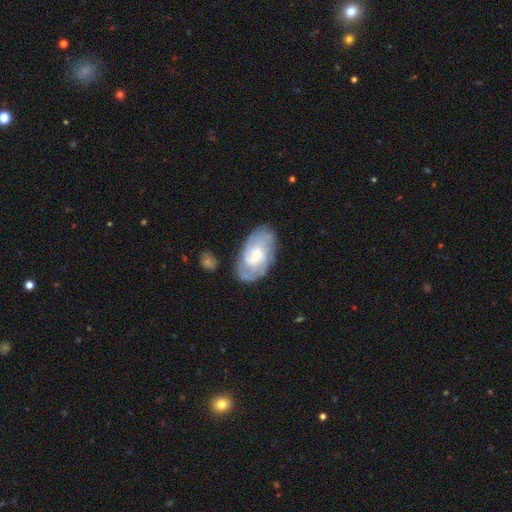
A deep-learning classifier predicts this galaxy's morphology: Smooth or featured? Predicted: featured or disk (p=0.70). Edge-on disk? Predicted: no (p=0.96). Bar? Predicted: no (p=0.54). Spiral arms? Predicted: yes (p=0.88). Spiral winding? Predicted: tight (p=0.54). Spiral arm count? Predicted: can't tell (p=0.46). Bulge size? Predicted: small (p=0.59). Merging? Predicted: none (p=0.71).